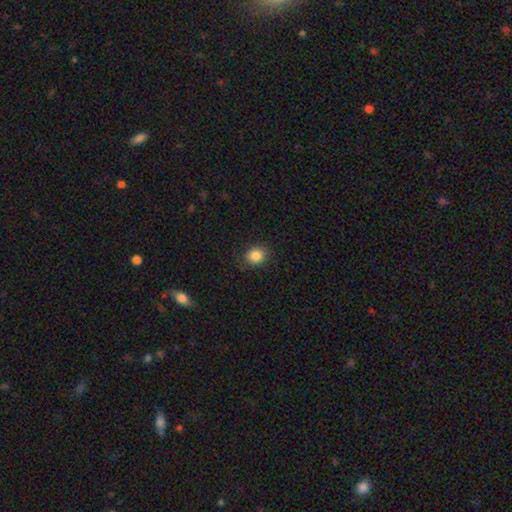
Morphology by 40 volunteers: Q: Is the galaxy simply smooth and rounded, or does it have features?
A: smooth — 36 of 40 (90%).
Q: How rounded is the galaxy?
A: round — 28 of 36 (78%).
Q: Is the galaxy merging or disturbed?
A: none — 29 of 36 (81%).